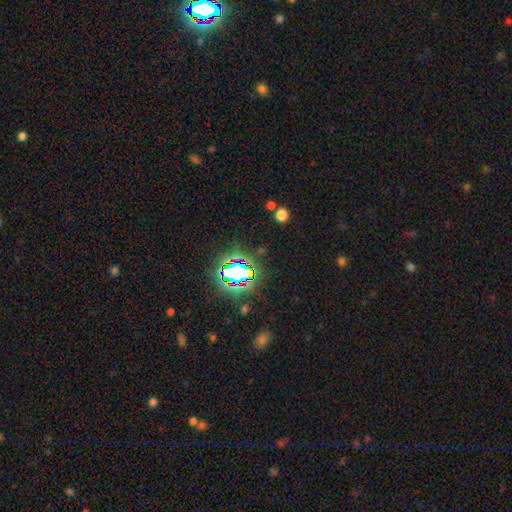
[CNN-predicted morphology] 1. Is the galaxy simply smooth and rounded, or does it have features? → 77% star or artifact, 15% smooth, 8% featured or disk.